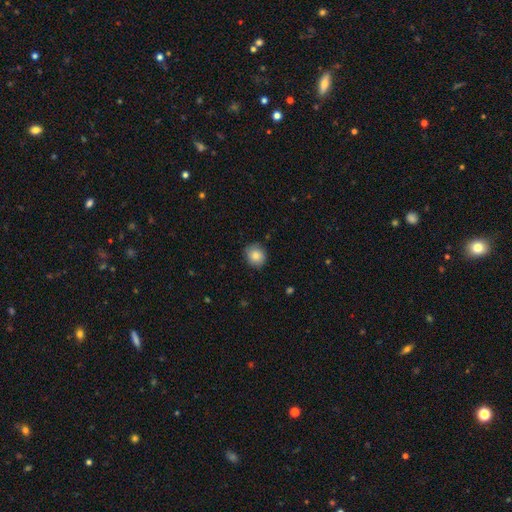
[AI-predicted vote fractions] A smooth galaxy with no disk features (85%) that is round (84%). Merging: none (83%).